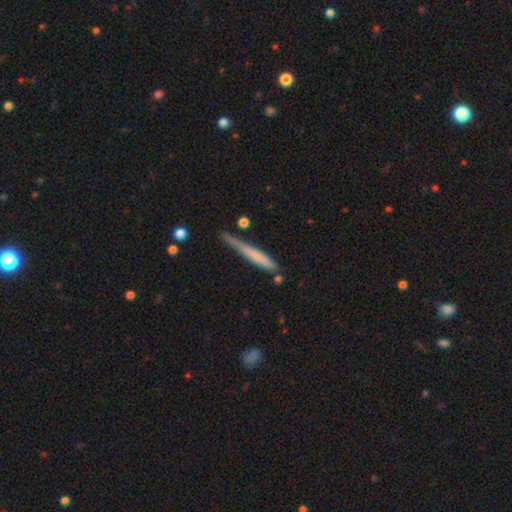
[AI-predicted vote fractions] Smooth or featured?
  - smooth: 61% *
  - featured or disk: 33%
  - star or artifact: 6%
How rounded?
  - cigar-shaped: 96% *
  - in between: 3%
  - round: 1%
Merging?
  - none: 65% *
  - minor disturbance: 24%
  - major disturbance: 6%
  - merger: 5%